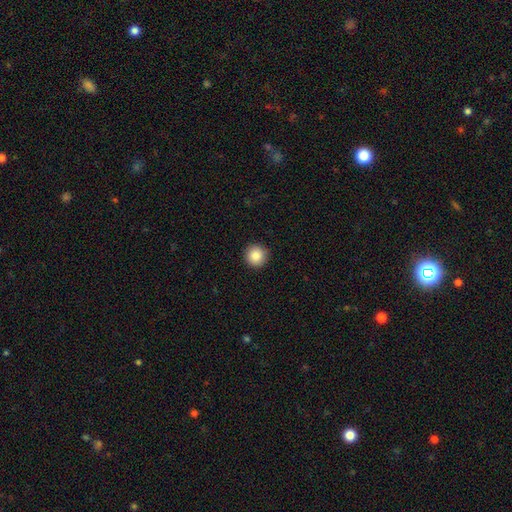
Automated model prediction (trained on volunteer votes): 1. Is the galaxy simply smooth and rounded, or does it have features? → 87% smooth, 9% star or artifact, 4% featured or disk.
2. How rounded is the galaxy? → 95% round, 4% in between, 1% cigar-shaped.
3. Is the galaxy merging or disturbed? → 93% none, 5% minor disturbance, 2% major disturbance, 1% merger.